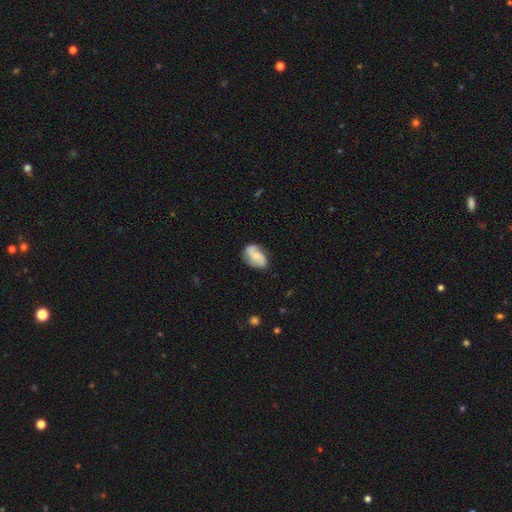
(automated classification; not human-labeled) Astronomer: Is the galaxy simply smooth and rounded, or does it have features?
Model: smooth — 47% (runner-up: featured or disk, 45%).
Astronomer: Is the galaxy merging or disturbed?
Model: none — 68%.